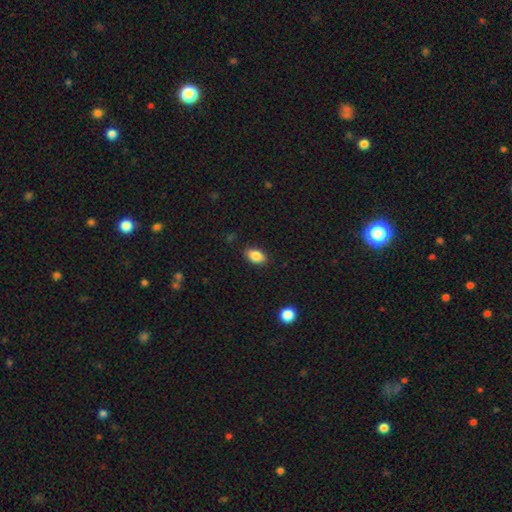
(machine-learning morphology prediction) A smooth galaxy with no disk features (86%) that is in between round and cigar-shaped (90%). Merging: none (87%).